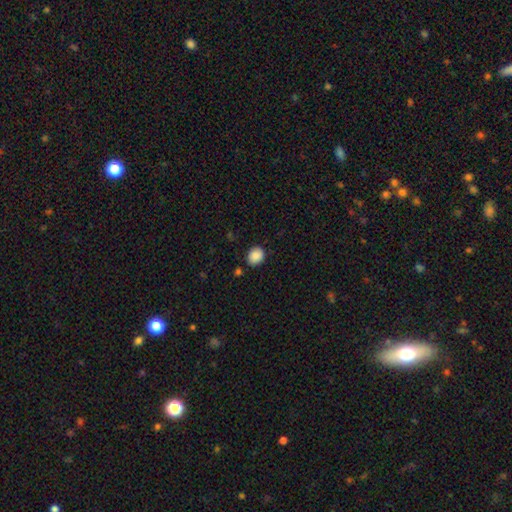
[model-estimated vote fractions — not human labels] The model was most divided on "how rounded": round: 60%, in between: 39%, cigar-shaped: 1%. More confident: smooth or featured — smooth (88%); merging — none (85%).